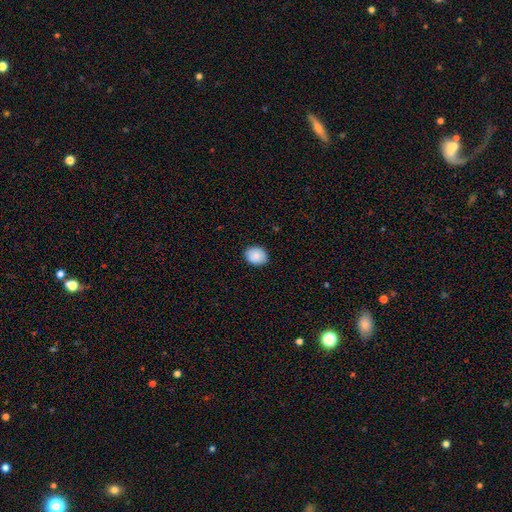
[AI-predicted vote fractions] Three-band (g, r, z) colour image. It shows a smooth galaxy with no disk features (89%) that is round (60%). Merging: none (88%).